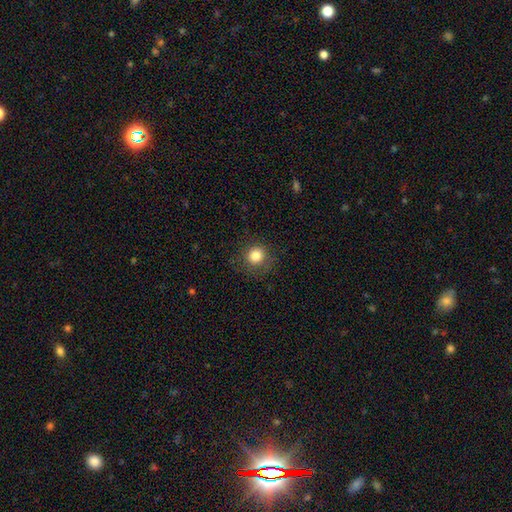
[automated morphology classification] type=smooth (83%); roundness=round (91%); merging=none (83%).